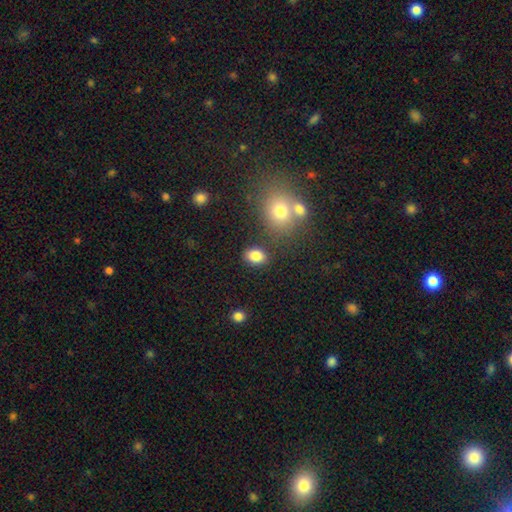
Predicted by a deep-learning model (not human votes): A smooth galaxy with no disk features (84%) that is in between round and cigar-shaped (71%).

Vote fractions:
- Smooth or featured? smooth: 84% / star or artifact: 10% / featured or disk: 6%
- How rounded? in between: 71% / round: 28% / cigar-shaped: 1%
- Merging? none: 79% / minor disturbance: 11% / merger: 6% / major disturbance: 4%